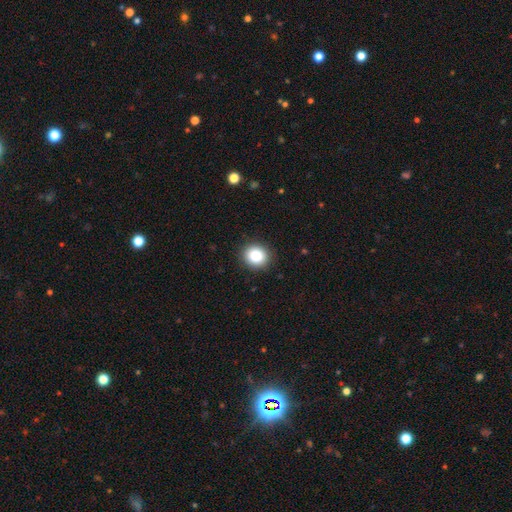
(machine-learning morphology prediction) A smooth galaxy with no disk features (86%) that is round (83%).

Vote fractions:
- Smooth or featured? smooth: 86% / star or artifact: 9% / featured or disk: 5%
- How rounded? round: 83% / in between: 16% / cigar-shaped: 1%
- Merging? none: 91% / minor disturbance: 6% / major disturbance: 2% / merger: 1%